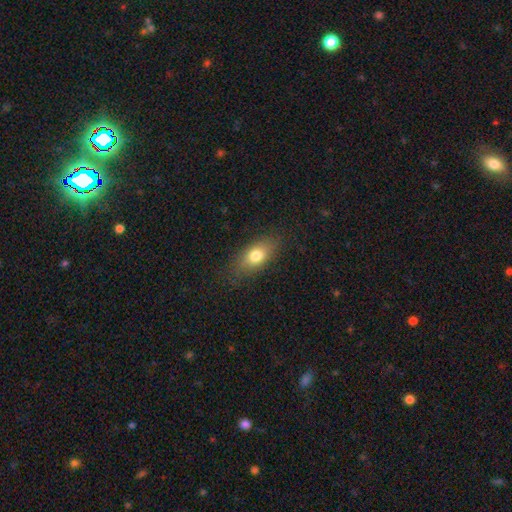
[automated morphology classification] The model was most divided on "smooth or featured": smooth: 77%, featured or disk: 14%, star or artifact: 9%. More confident: how rounded — in between (81%); merging — none (81%).